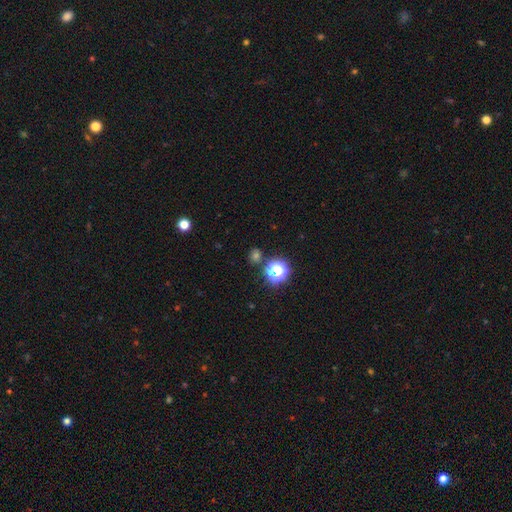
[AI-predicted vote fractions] Overall: smooth (49%; star or artifact 43%). Merging: none (79%).